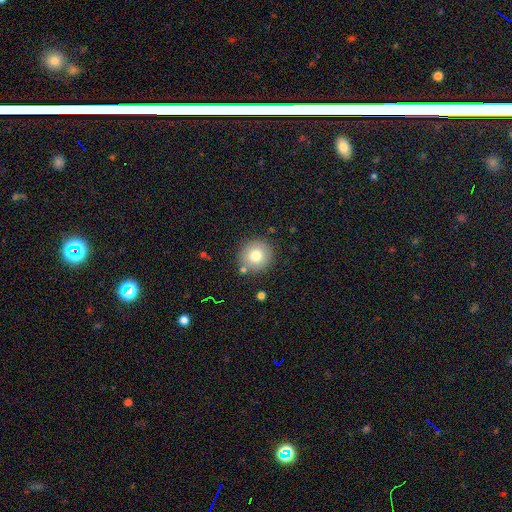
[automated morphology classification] type=smooth (78%); roundness=round (91%); merging=none (84%).